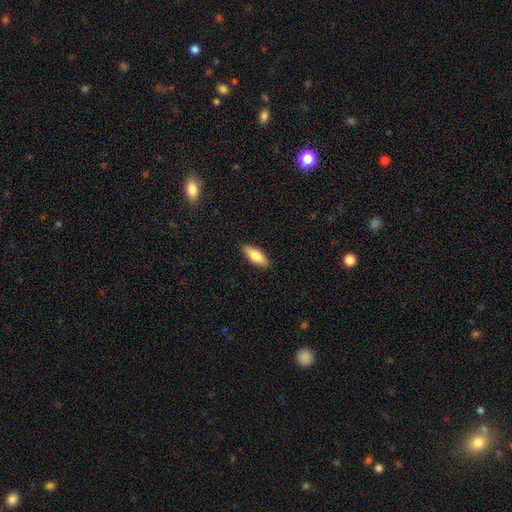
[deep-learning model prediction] This appears to be a smooth galaxy with no disk features (75%) that is in between round and cigar-shaped (72%). Merging: none (89%).